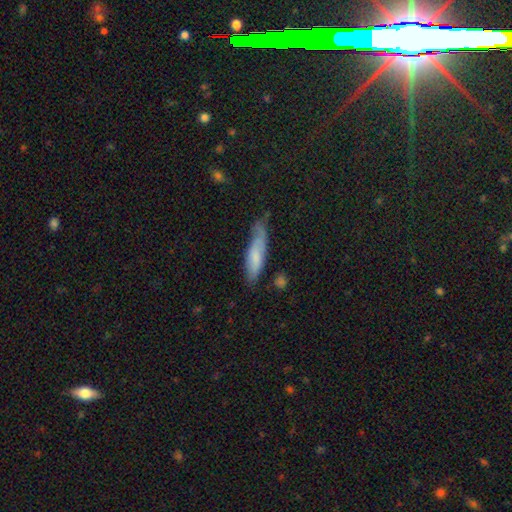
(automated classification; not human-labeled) Smooth or featured: smooth — 66% (featured or disk — 28%)
How rounded: cigar-shaped — 67% (in between — 32%)
Merging: none — 52% (minor disturbance — 34%)